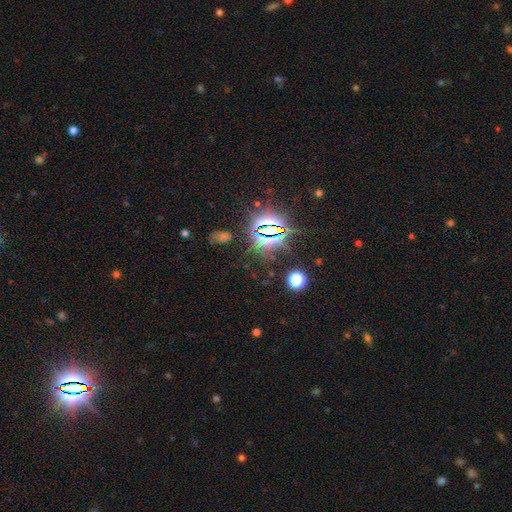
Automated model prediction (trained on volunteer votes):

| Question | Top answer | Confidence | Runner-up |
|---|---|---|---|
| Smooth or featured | star or artifact | 83% | smooth (10%) |